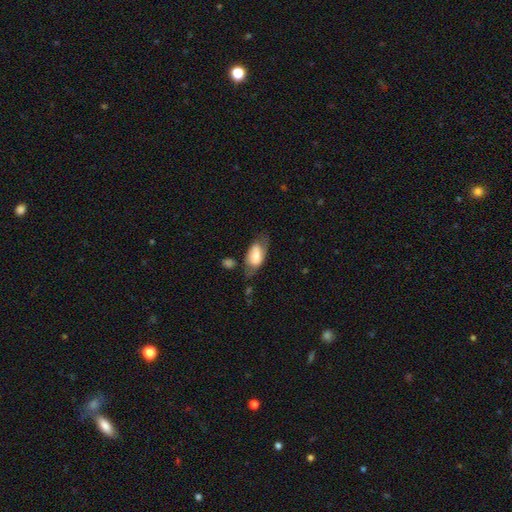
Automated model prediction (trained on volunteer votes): This is possibly a smooth galaxy (60%). How rounded: clearly in between (89%). Merging: possibly none (51%).